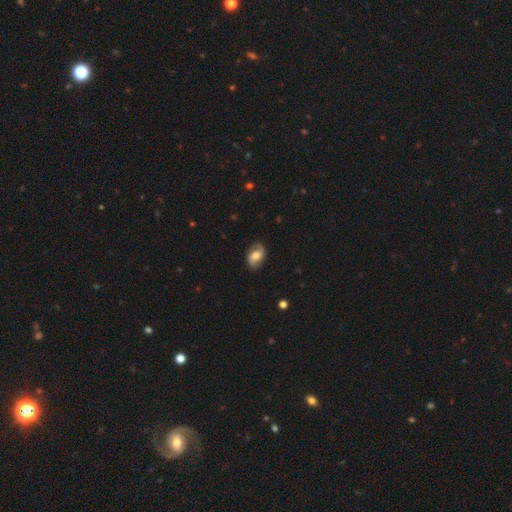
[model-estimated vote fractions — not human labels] smooth 48%, featured or disk 44%, star or artifact 8%. Down the decision tree: merging — none (80%).